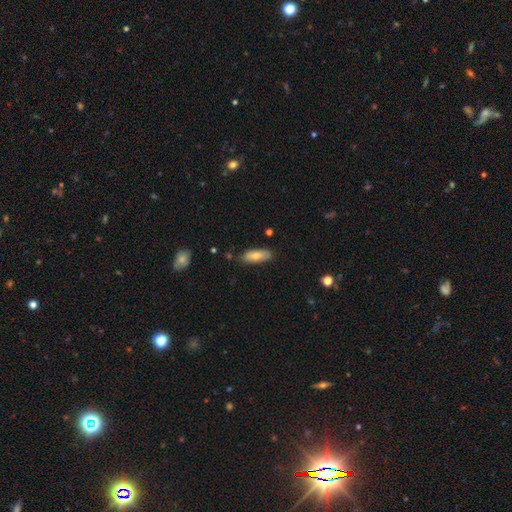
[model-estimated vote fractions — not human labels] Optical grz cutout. It shows a smooth galaxy with no disk features (74%) that is in between round and cigar-shaped (70%). Merging: none (79%).